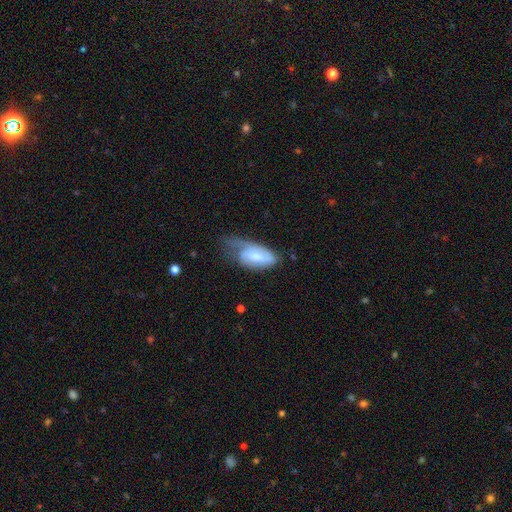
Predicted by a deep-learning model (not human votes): A featured or disk galaxy (47%).

Vote fractions:
- Smooth or featured? featured or disk: 47% / smooth: 46% / star or artifact: 7%
- Merging? minor disturbance: 37% / major disturbance: 33% / none: 27% / merger: 3%